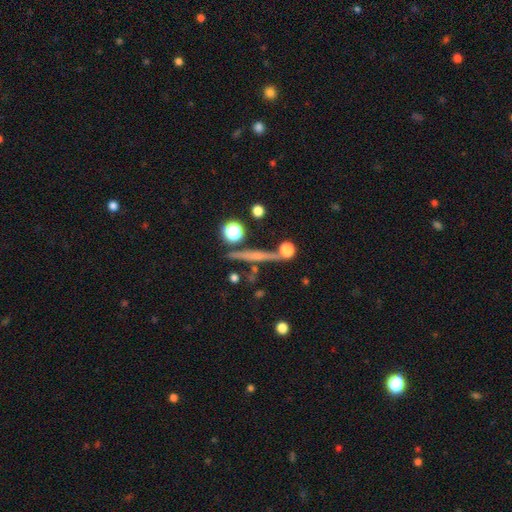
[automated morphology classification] This is likely a featured or disk galaxy (61%). It is clearly viewed edge-on (95%). Edge-on bulge: possibly rounded (47%). Merging: clearly none (82%).